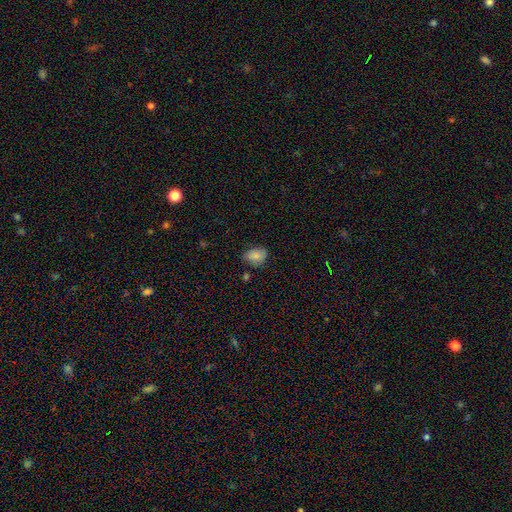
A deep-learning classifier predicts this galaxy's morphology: Q: Smooth or featured?
A: smooth (82%); runner-up: featured or disk (9%)
Q: How rounded?
A: in between (77%); runner-up: round (22%)
Q: Merging?
A: none (63%); runner-up: minor disturbance (28%)